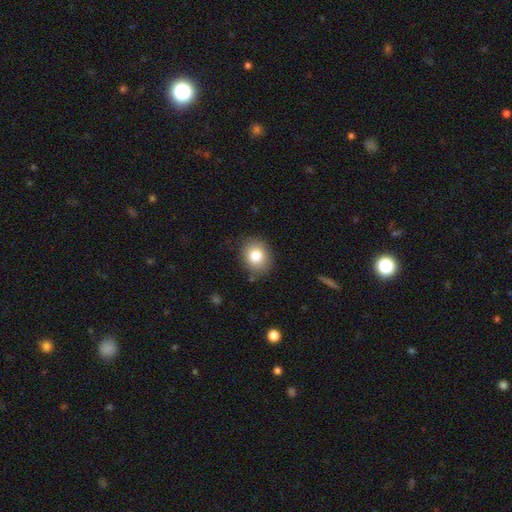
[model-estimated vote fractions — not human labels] Smooth or featured? Predicted: smooth (p=0.81). How rounded? Predicted: round (p=0.63). Merging? Predicted: none (p=0.84).